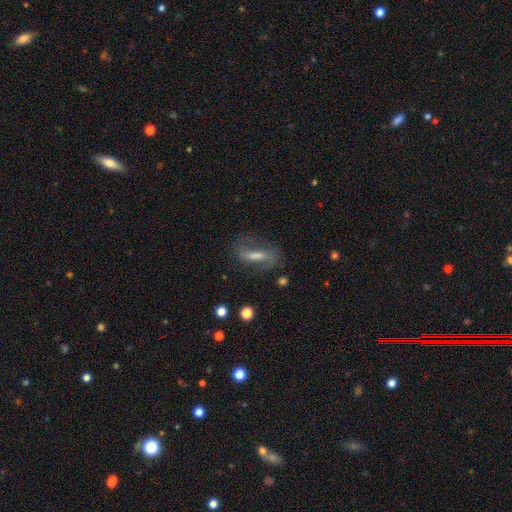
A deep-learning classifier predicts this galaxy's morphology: smooth-or-featured: featured or disk: 52% | smooth: 36% | star or artifact: 12%
  disk-edge-on: no: 73% | yes: 27%
  merging: none: 65% | minor disturbance: 19% | major disturbance: 13% | merger: 2%